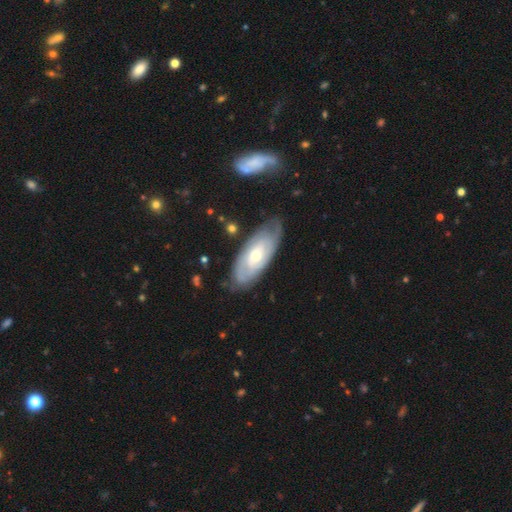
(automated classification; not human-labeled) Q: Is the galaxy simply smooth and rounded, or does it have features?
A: featured or disk — 72%.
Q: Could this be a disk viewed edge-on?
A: no — 89%.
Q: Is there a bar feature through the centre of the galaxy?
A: no — 73%.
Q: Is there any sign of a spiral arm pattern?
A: yes — 81%.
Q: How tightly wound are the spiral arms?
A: tight — 73%.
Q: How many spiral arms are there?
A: can't tell — 57%.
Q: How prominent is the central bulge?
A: moderate — 51%.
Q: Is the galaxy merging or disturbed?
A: none — 74%.